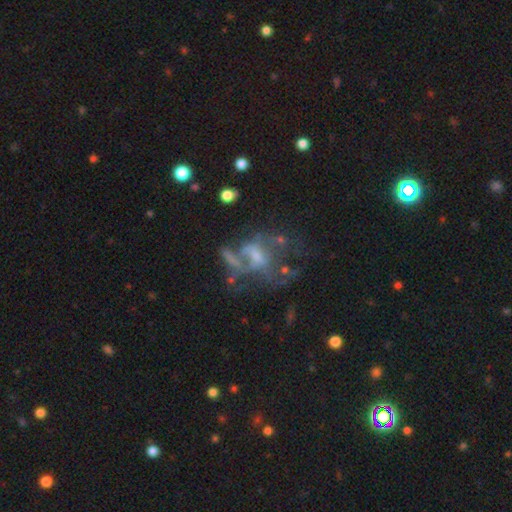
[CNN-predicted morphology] The model was most divided on "bulge size": small: 34%, none: 31%, moderate: 28%, large: 5%, dominant: 2%. Remaining: edge-on disk — no (96%); spiral arms — no (65%); bar — no (62%); smooth or featured — featured or disk (62%); merging — major disturbance (42%).